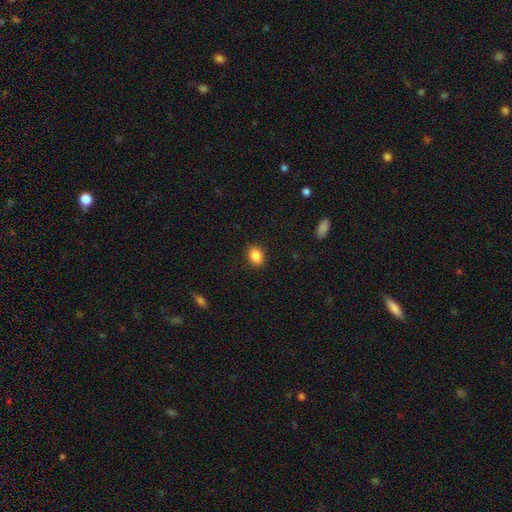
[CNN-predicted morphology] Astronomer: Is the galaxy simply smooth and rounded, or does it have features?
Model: smooth — 87%.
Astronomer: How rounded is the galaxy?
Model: in between — 67%.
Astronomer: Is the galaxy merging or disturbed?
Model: none — 89%.